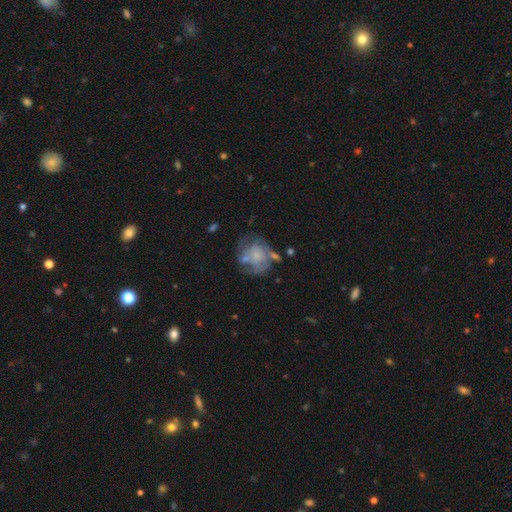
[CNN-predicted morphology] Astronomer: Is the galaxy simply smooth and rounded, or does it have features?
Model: featured or disk — 57% (runner-up: smooth, 34%).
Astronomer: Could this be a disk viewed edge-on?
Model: no — 98%.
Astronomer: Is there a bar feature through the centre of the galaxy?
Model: no — 84%.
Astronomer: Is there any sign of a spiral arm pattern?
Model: yes — 52% (runner-up: no, 48%).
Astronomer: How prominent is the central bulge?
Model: small — 51%.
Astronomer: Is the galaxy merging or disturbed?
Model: none — 40% (runner-up: minor disturbance, 23%).